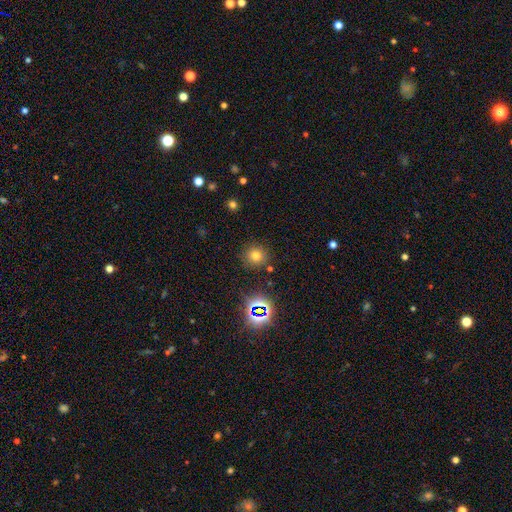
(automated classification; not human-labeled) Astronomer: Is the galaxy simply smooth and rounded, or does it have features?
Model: smooth — 69%.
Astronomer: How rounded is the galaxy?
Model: round — 92%.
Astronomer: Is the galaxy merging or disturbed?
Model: none — 85%.